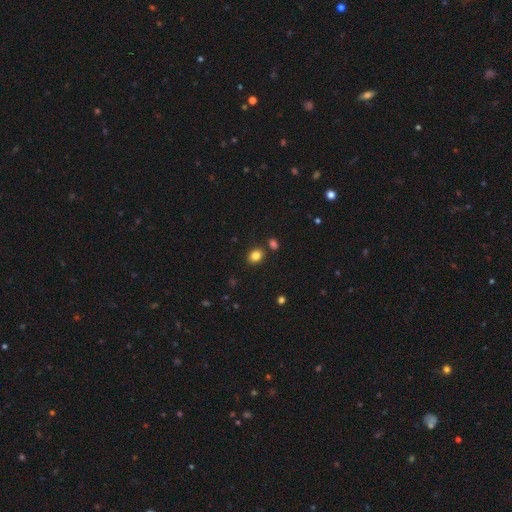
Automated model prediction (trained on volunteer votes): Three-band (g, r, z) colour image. It shows a smooth galaxy with no disk features (83%) that is in between round and cigar-shaped (53%). Merging: none (82%).